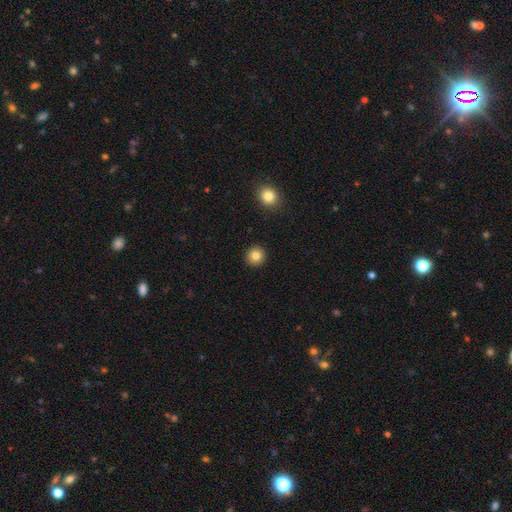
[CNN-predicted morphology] Q: Smooth or featured?
A: smooth (83%); runner-up: star or artifact (10%)
Q: How rounded?
A: round (93%); runner-up: in between (6%)
Q: Merging?
A: none (93%); runner-up: minor disturbance (4%)